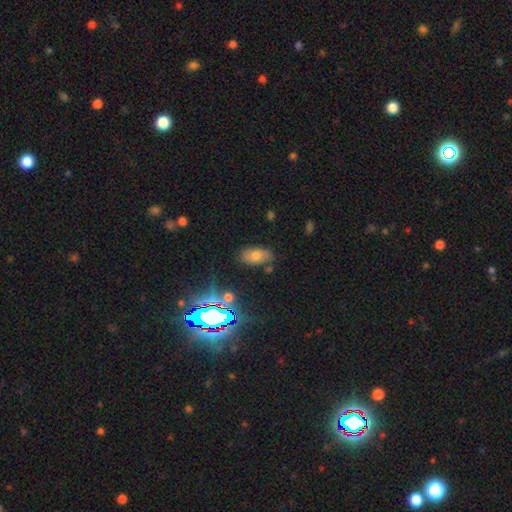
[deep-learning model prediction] smooth-or-featured: smooth: 60% | star or artifact: 25% | featured or disk: 16%
  how-rounded: in between: 91% | round: 6% | cigar-shaped: 3%
  merging: none: 79% | minor disturbance: 14% | major disturbance: 4% | merger: 4%